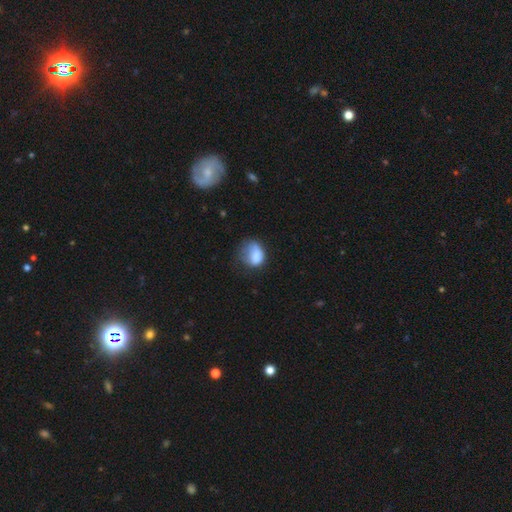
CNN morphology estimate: Overall: smooth (75%). How rounded: in between (56%; round 43%). Merging: minor disturbance (33%, tied with major disturbance).